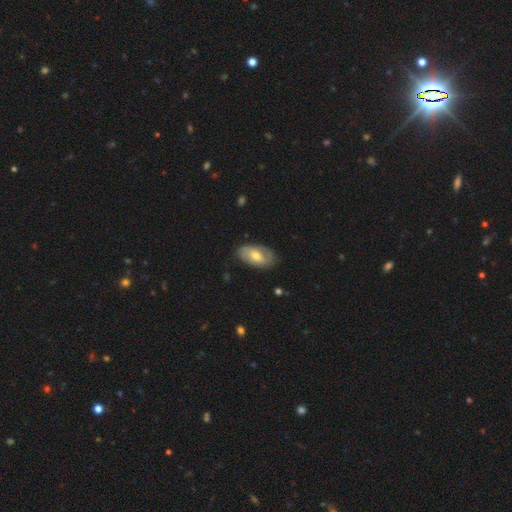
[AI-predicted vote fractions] Smooth or featured? Predicted: featured or disk (p=0.50). Edge-on disk? Predicted: no (p=0.92). Merging? Predicted: none (p=0.73).